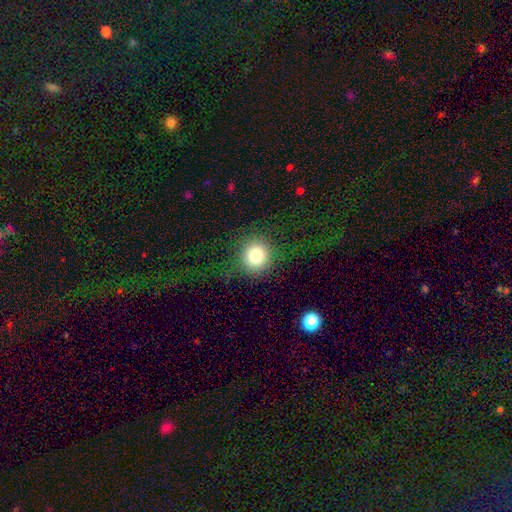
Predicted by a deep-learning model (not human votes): Morphology: type=smooth (81%); roundness=round (89%); merging=none (86%).